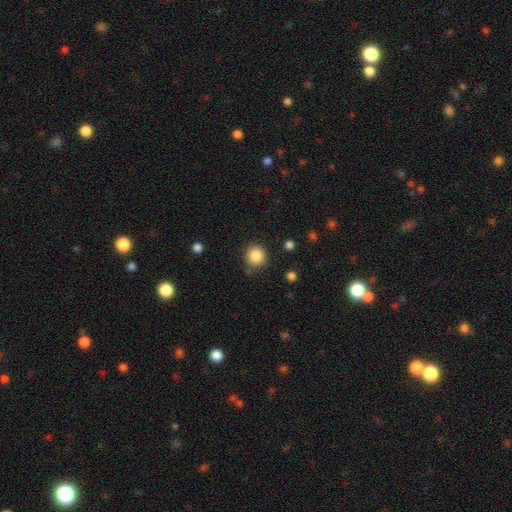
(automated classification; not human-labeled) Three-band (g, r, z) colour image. It shows a smooth galaxy with no disk features (86%) that is round (92%). Merging: none (85%).